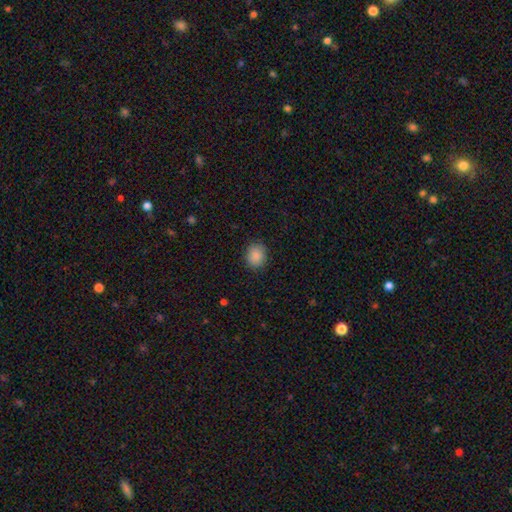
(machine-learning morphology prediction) The model was most divided on "how rounded": round: 68%, in between: 31%, cigar-shaped: 1%. More confident: merging — none (88%); smooth or featured — smooth (88%).